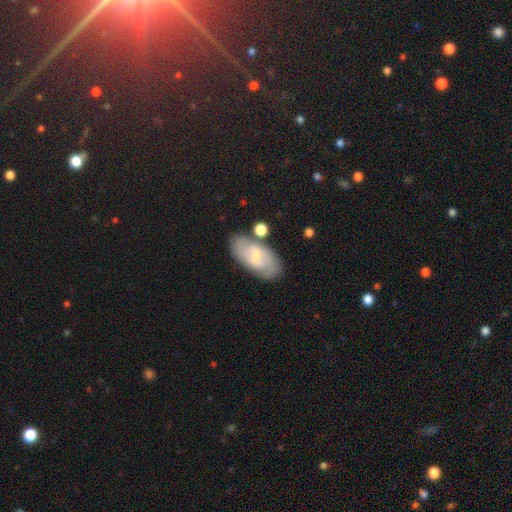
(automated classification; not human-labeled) smooth_or_featured: featured or disk (p=0.60) [alt: smooth p=0.34]
disk_edge_on: no (p=0.93) [alt: yes p=0.07]
bar: weak (p=0.55) [alt: no p=0.27]
has_spiral_arms: yes (p=0.76) [alt: no p=0.24]
bulge_size: small (p=0.61) [alt: moderate p=0.32]
merging: none (p=0.73) [alt: minor disturbance p=0.15]